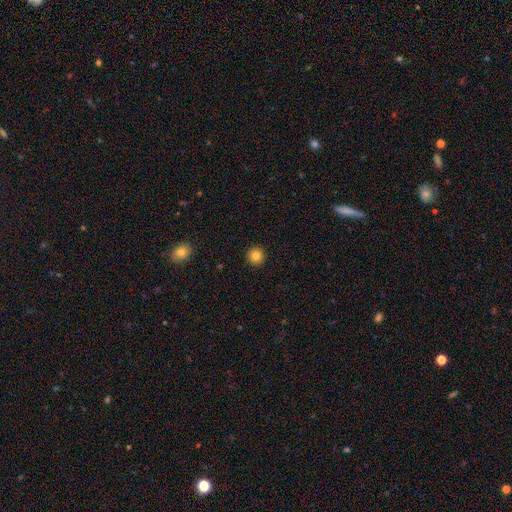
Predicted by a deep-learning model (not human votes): smooth-or-featured: smooth: 83% | star or artifact: 11% | featured or disk: 6%
  how-rounded: round: 95% | in between: 4% | cigar-shaped: 1%
  merging: none: 93% | minor disturbance: 4% | major disturbance: 1% | merger: 1%